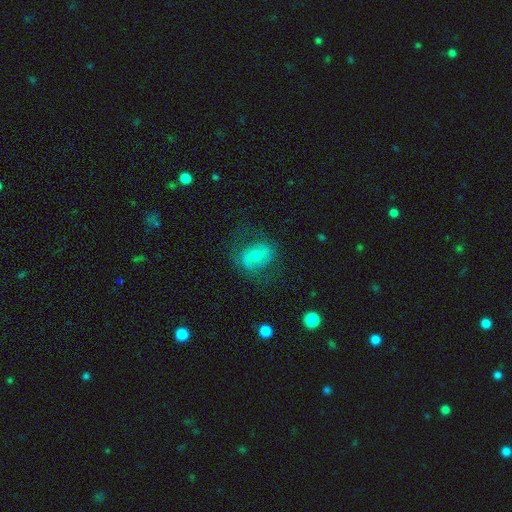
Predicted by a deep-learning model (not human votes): smooth_or_featured: featured or disk (p=0.50) [alt: smooth p=0.40]
merging: none (p=0.64) [alt: minor disturbance p=0.19]